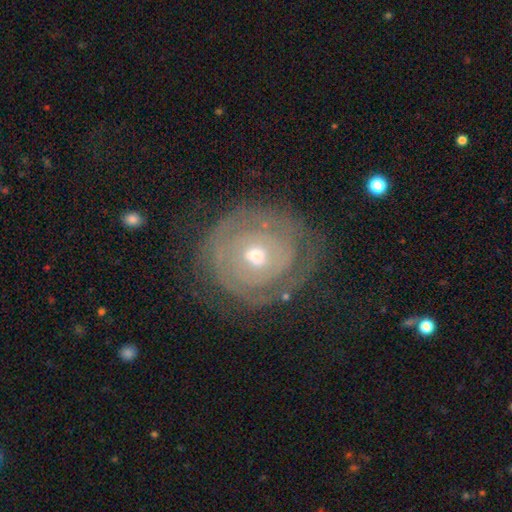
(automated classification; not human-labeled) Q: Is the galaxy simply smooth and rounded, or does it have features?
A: featured or disk — 78%.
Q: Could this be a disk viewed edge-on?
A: no — 96%.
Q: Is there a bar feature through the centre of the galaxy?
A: no — 79%.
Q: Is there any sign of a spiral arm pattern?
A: yes — 77%.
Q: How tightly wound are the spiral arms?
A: tight — 83%.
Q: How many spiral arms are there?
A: can't tell — 48%.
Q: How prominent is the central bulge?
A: moderate — 60%.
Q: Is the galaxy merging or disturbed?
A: none — 74%.